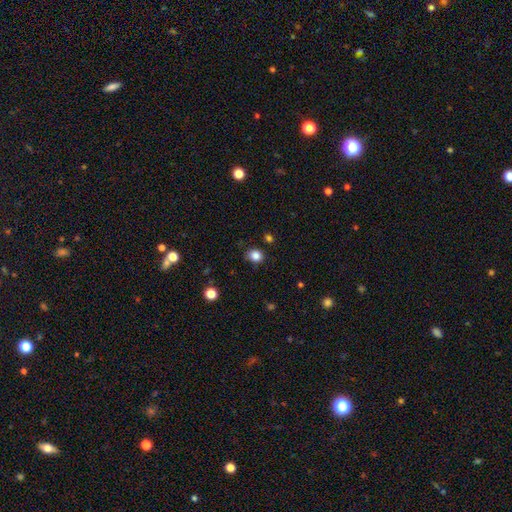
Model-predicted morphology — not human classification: smooth-or-featured: smooth: 84% | star or artifact: 12% | featured or disk: 4%
  how-rounded: round: 74% | in between: 25% | cigar-shaped: 1%
  merging: none: 80% | minor disturbance: 15% | major disturbance: 3% | merger: 2%